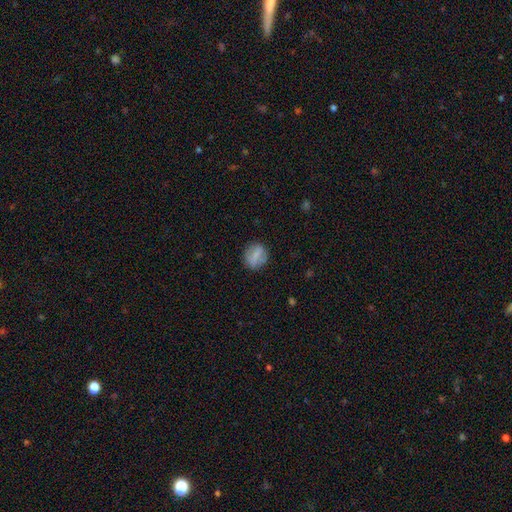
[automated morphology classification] This is likely a smooth galaxy (62%). How rounded: likely round (63%). Merging: likely none (80%).